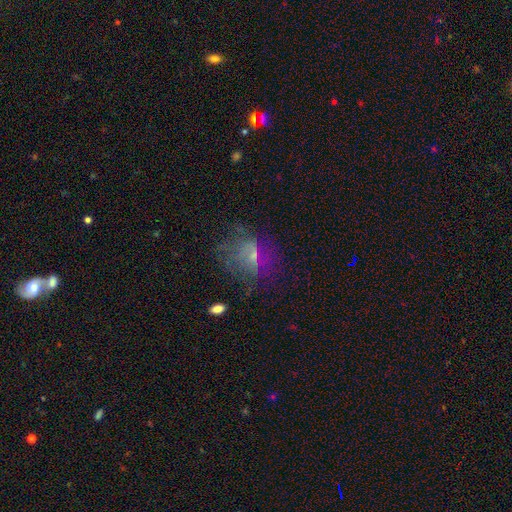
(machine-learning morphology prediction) Smooth or featured: featured or disk — 45% (smooth — 33%)
Merging: none — 57% (major disturbance — 20%)